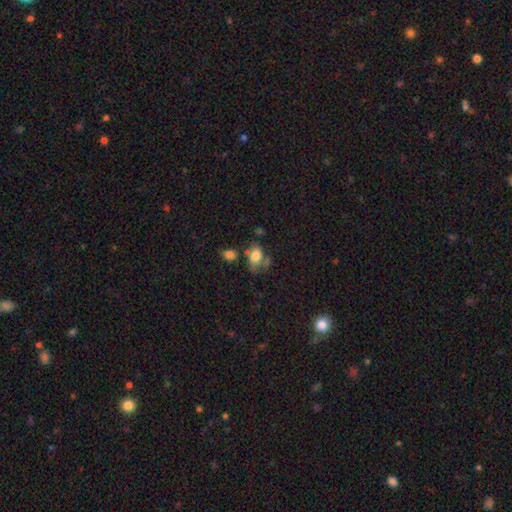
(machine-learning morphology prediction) type=smooth (72%); roundness=in between (78%); merging=none (39%).